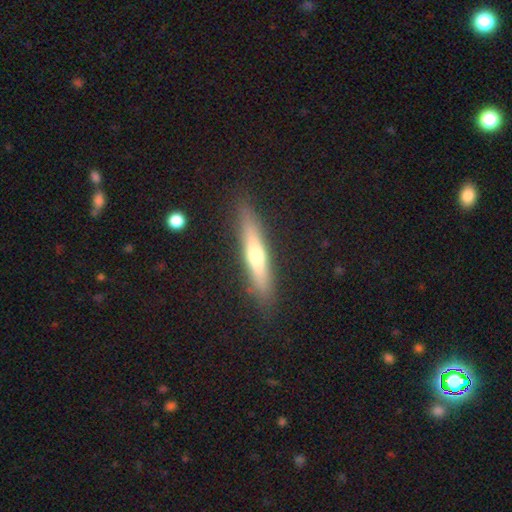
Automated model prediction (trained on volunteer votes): A featured or disk galaxy (49%). Merging: none (89%).